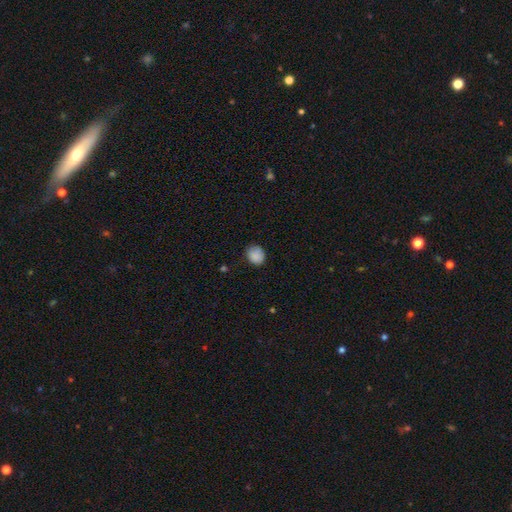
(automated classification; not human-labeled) smooth-or-featured: smooth: 88% | star or artifact: 8% | featured or disk: 4%
  how-rounded: round: 63% | in between: 36% | cigar-shaped: 1%
  merging: none: 78% | minor disturbance: 18% | major disturbance: 3% | merger: 1%